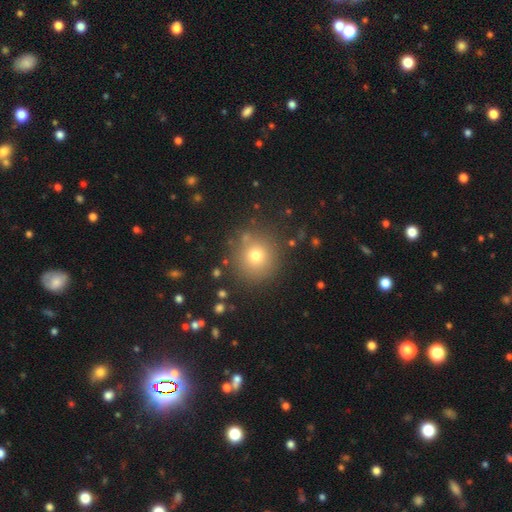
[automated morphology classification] This is likely a smooth galaxy (72%). How rounded: clearly round (93%). Merging: clearly none (85%).